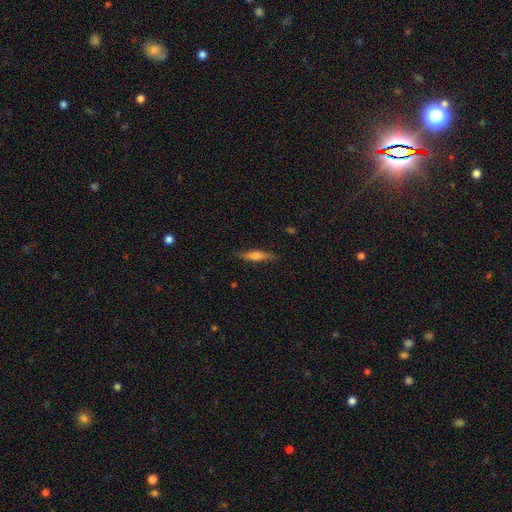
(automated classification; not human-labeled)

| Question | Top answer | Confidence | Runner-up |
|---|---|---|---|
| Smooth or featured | smooth | 48% | featured or disk (45%) |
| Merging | none | 86% | minor disturbance (10%) |